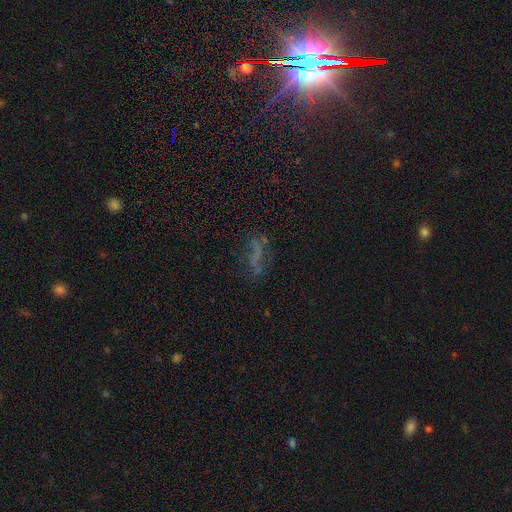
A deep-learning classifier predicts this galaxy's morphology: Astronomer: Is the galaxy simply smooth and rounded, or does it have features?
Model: smooth — 35% (runner-up: featured or disk, 33%).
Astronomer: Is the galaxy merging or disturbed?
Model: none — 58%.